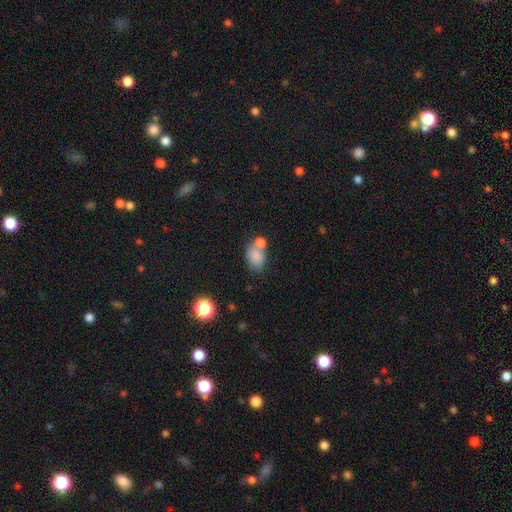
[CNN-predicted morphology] Smooth or featured? Predicted: smooth (p=0.81). How rounded? Predicted: in between (p=0.77). Merging? Predicted: none (p=0.40, tied with merger).